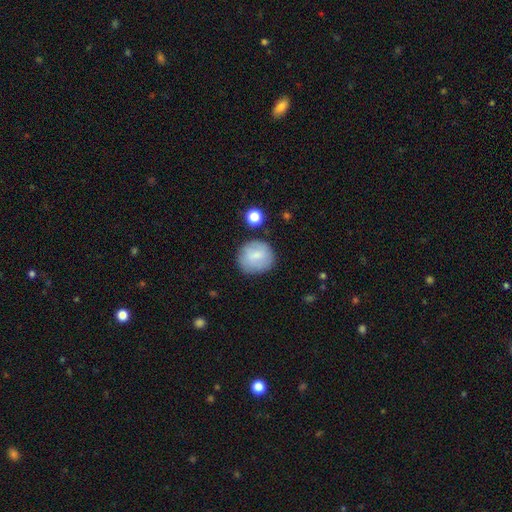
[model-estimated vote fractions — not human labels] Q: Smooth or featured?
A: smooth (78%); runner-up: featured or disk (15%)
Q: How rounded?
A: round (87%); runner-up: in between (12%)
Q: Merging?
A: none (77%); runner-up: minor disturbance (15%)